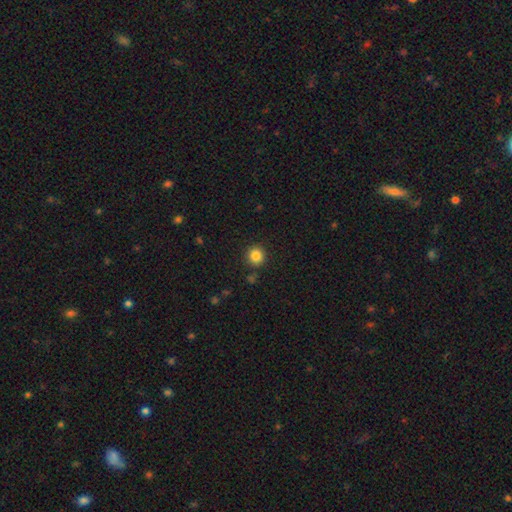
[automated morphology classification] Smooth or featured: smooth — 85% (star or artifact — 11%)
How rounded: round — 93% (in between — 6%)
Merging: none — 89% (minor disturbance — 6%)